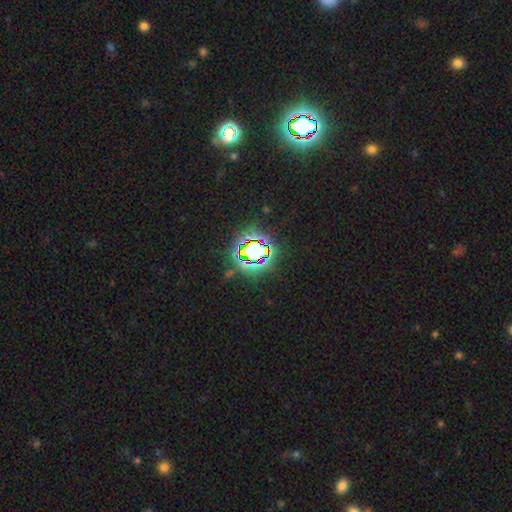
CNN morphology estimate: This appears to be a star or artifact, not a galaxy (75%).